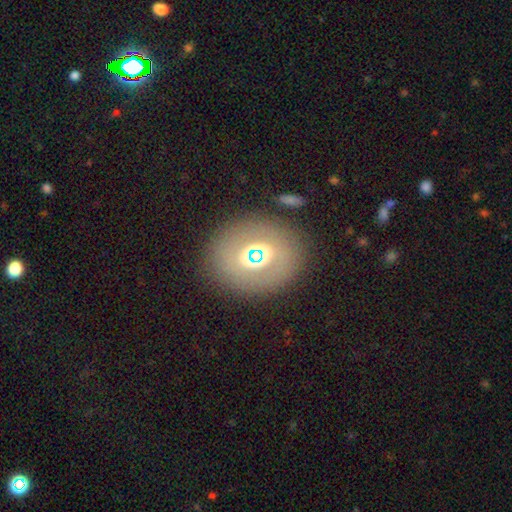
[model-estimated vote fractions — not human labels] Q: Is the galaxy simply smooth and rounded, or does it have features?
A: smooth — 45%.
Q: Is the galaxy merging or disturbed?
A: none — 85%.